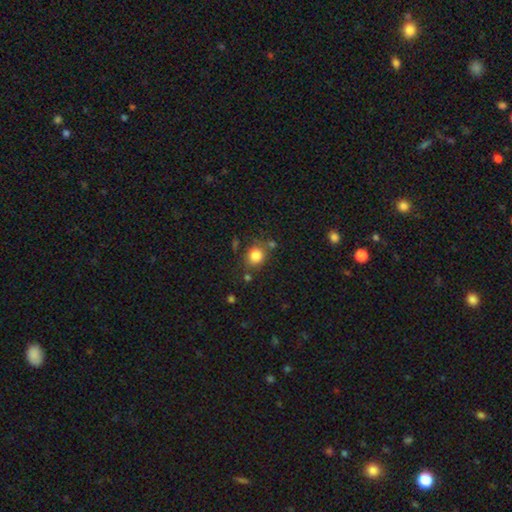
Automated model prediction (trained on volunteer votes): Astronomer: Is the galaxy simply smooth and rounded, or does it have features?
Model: smooth — 82%.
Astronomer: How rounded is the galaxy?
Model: round — 76%.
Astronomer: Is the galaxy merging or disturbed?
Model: none — 71%.